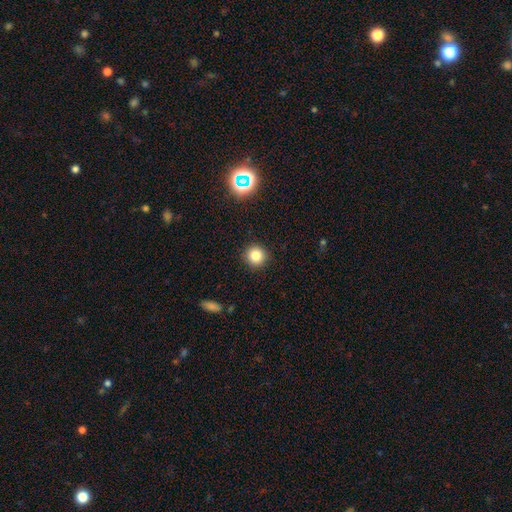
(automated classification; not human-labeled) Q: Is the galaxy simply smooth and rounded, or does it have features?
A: smooth — 81%.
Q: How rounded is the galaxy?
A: round — 93%.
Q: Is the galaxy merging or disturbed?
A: none — 91%.